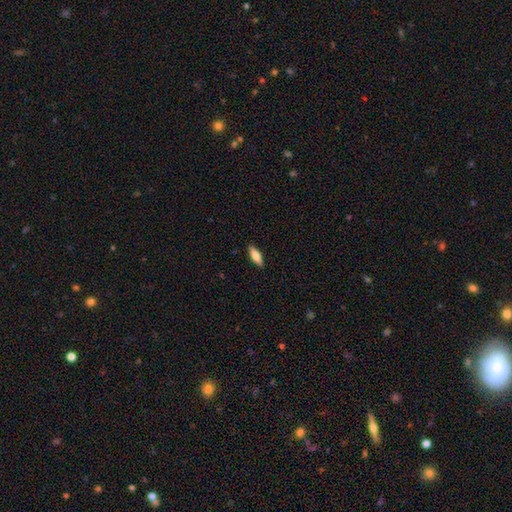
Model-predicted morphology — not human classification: This is likely a smooth galaxy (68%). How rounded: possibly in between (58%). Merging: clearly none (89%).